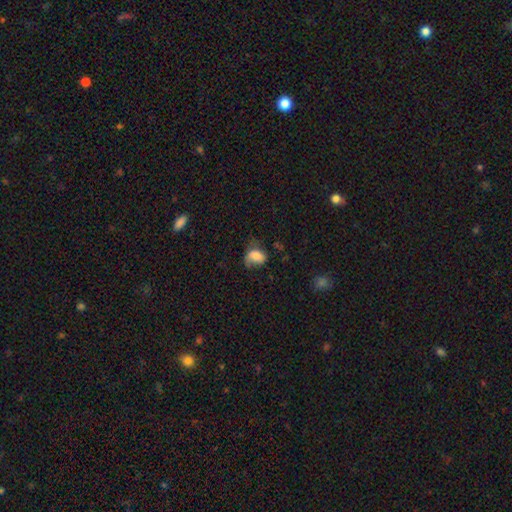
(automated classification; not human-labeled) This appears to be a smooth galaxy with no disk features (72%) that is in between round and cigar-shaped (73%). Merging: none (36%).